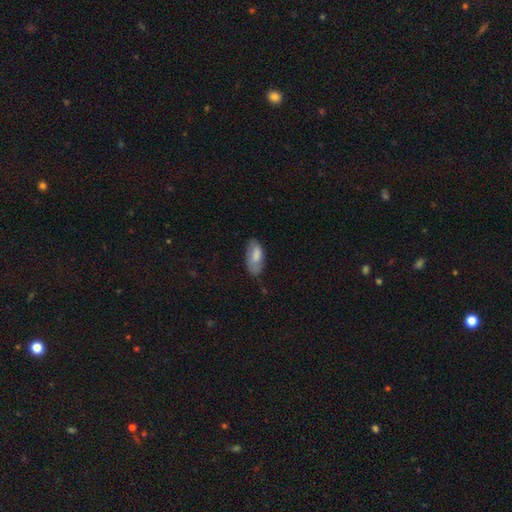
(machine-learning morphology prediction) Q: Smooth or featured?
A: smooth (77%); runner-up: featured or disk (16%)
Q: How rounded?
A: in between (89%); runner-up: cigar-shaped (9%)
Q: Merging?
A: none (61%); runner-up: minor disturbance (30%)